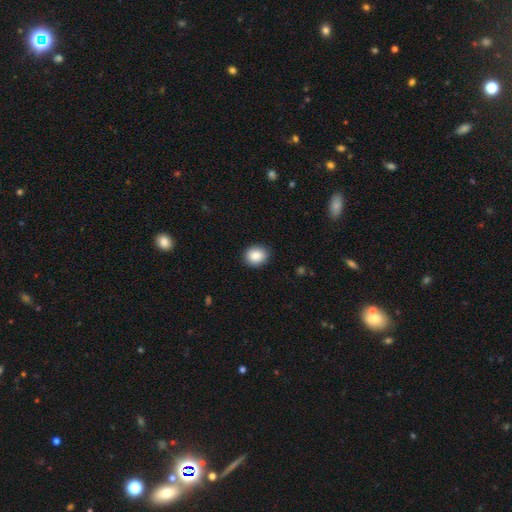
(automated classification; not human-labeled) A smooth galaxy with no disk features (87%) that is round (64%).

Vote fractions:
- Smooth or featured? smooth: 87% / star or artifact: 8% / featured or disk: 5%
- How rounded? round: 64% / in between: 35% / cigar-shaped: 1%
- Merging? none: 89% / minor disturbance: 8% / major disturbance: 2% / merger: 1%